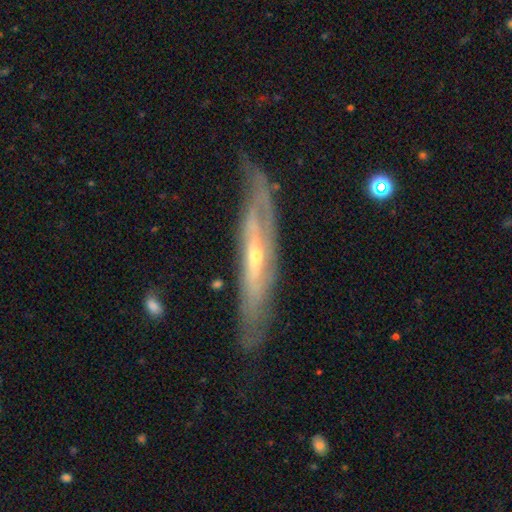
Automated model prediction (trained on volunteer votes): Morphology: type=featured or disk (80%); edge-on=yes (60%); merging=none (70%).